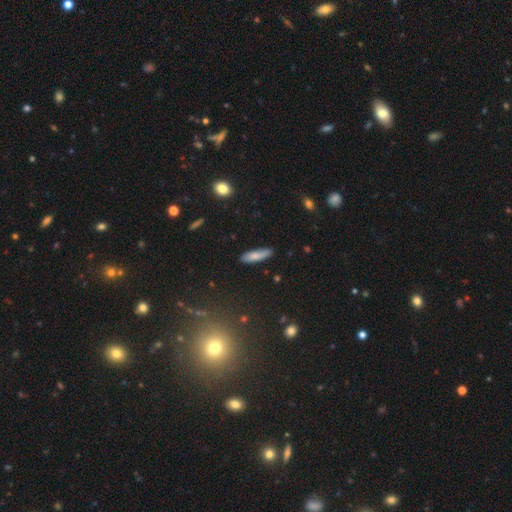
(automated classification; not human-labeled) This appears to be a smooth galaxy with no disk features (77%) that is cigar-shaped (68%). Merging: none (85%).